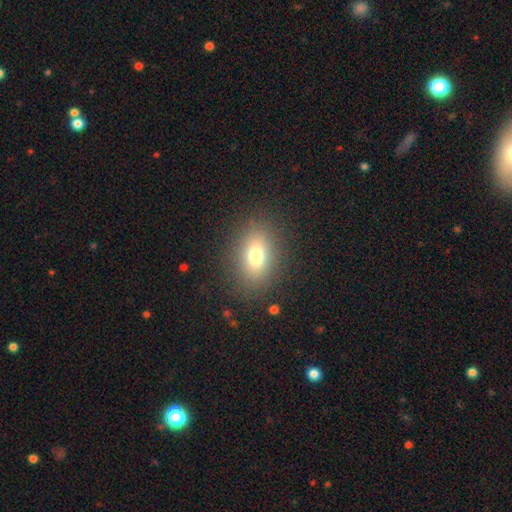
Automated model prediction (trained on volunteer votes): A smooth galaxy with no disk features (73%) that is in between round and cigar-shaped (68%).

Vote fractions:
- Smooth or featured? smooth: 73% / star or artifact: 14% / featured or disk: 13%
- How rounded? in between: 68% / round: 30% / cigar-shaped: 2%
- Merging? none: 85% / minor disturbance: 9% / major disturbance: 5% / merger: 1%